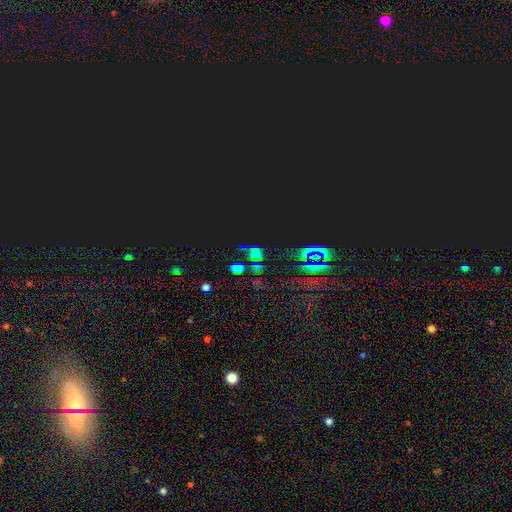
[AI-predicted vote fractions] Smooth or featured: star or artifact — 66% (smooth — 22%)